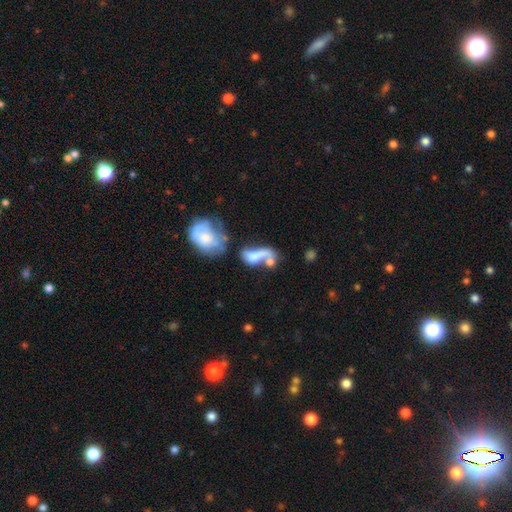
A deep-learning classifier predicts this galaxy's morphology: Smooth or featured? Predicted: smooth (p=0.52). How rounded? Predicted: in between (p=0.77). Merging? Predicted: merger (p=0.49).